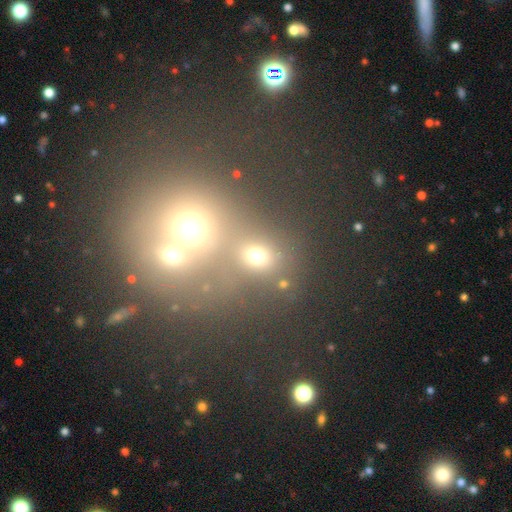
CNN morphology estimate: Q: Smooth or featured?
A: smooth (58%); runner-up: star or artifact (28%)
Q: How rounded?
A: round (79%); runner-up: in between (19%)
Q: Merging?
A: merger (46%); runner-up: none (42%)